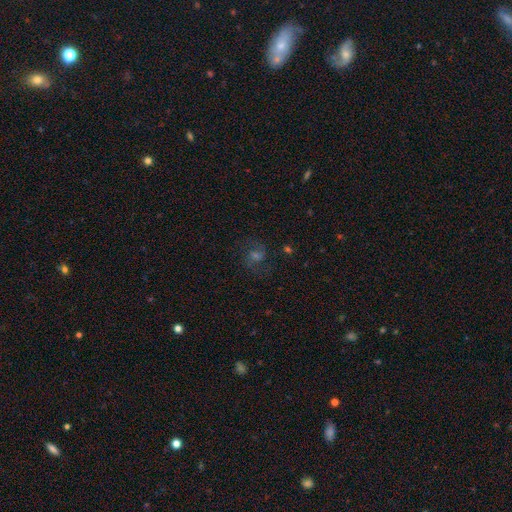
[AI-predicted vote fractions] Morphology: type=featured or disk (62%); edge-on=no (97%); bar=weak (47%); spiral arms=yes (93%); winding=medium (52%); arm count=2 (88%); bulge=moderate (44%); merging=none (77%).